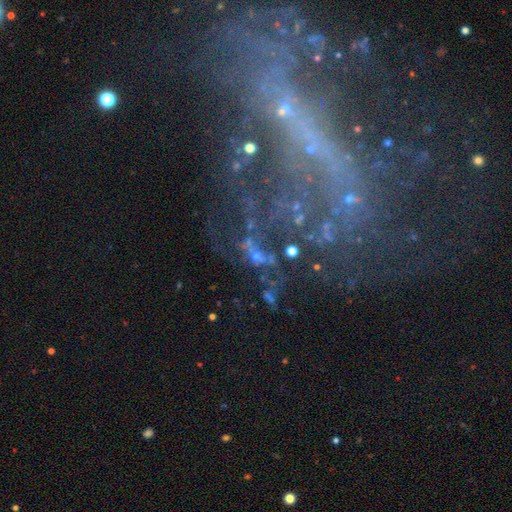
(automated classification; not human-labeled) Smooth or featured? featured or disk (53%)
Edge-on disk? no (92%)
Merging? none (52%)